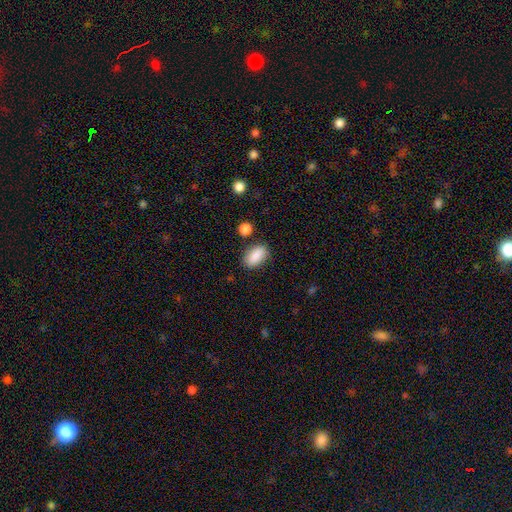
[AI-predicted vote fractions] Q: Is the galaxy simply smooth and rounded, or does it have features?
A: smooth — 88%.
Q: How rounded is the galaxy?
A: in between — 90%.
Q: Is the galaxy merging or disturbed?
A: none — 80%.